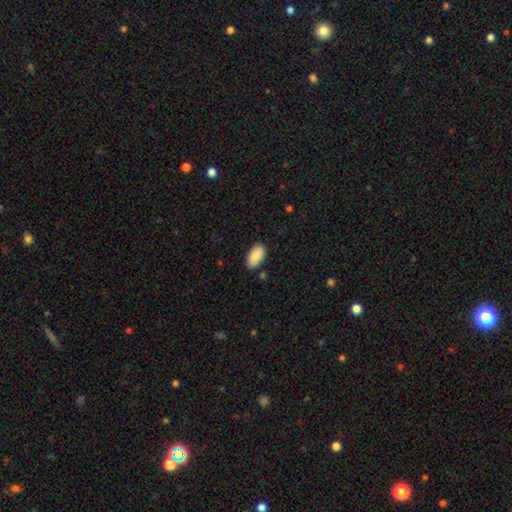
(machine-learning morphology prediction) Smooth or featured: smooth — 87% (star or artifact — 6%)
How rounded: in between — 94% (cigar-shaped — 3%)
Merging: none — 83% (minor disturbance — 12%)